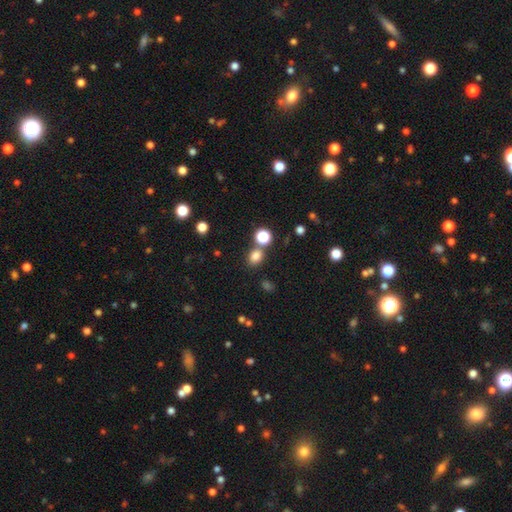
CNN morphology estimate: smooth_or_featured: smooth (p=0.79) [alt: star or artifact p=0.16]
how_rounded: round (p=0.55) [alt: in between p=0.44]
merging: none (p=0.71) [alt: merger p=0.16]